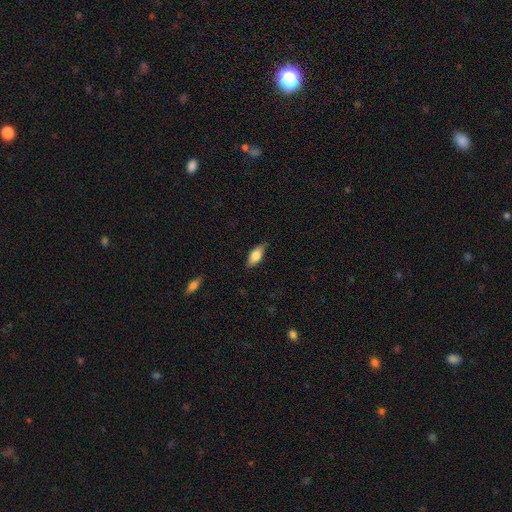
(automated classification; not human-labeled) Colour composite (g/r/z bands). It shows a smooth galaxy with no disk features (73%) that is in between round and cigar-shaped (83%). Merging: none (75%).